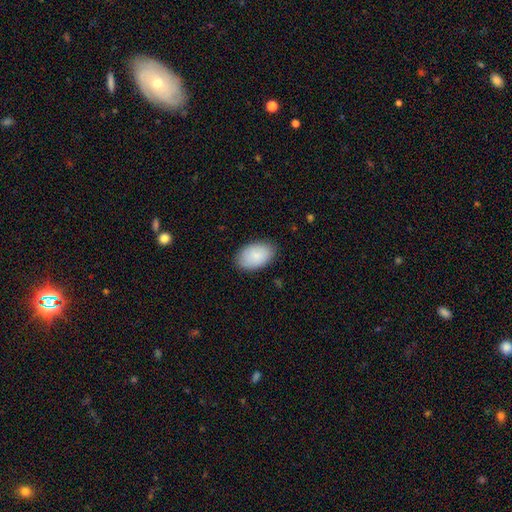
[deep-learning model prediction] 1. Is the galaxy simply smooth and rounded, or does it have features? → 86% smooth, 8% featured or disk, 6% star or artifact.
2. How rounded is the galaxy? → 91% in between, 8% round, 1% cigar-shaped.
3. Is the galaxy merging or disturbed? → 85% none, 12% minor disturbance, 2% major disturbance, 1% merger.